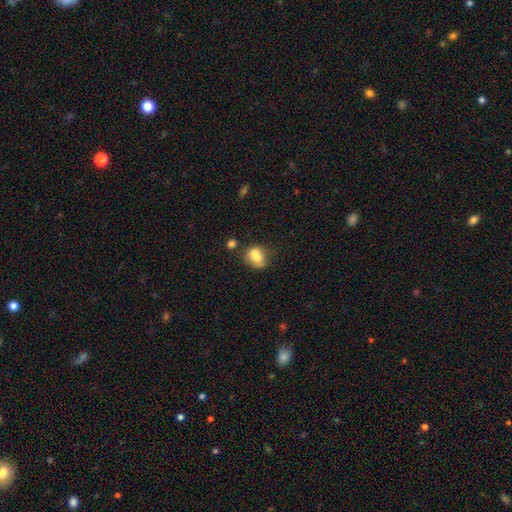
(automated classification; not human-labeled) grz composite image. It shows a smooth galaxy with no disk features (68%) that is round (50%). Merging: merger (44%).